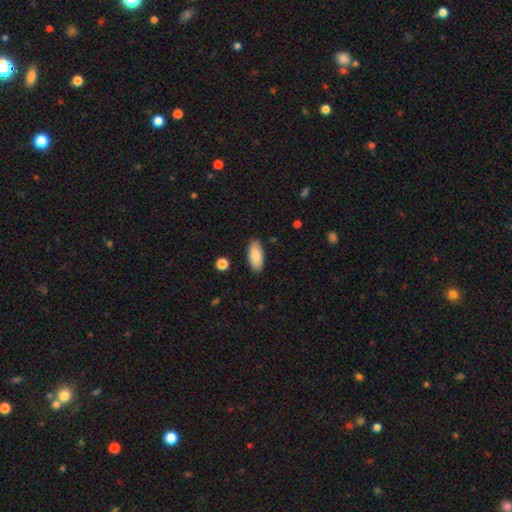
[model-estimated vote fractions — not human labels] Smooth or featured? smooth (85%)
How rounded? in between (90%)
Merging? none (87%)